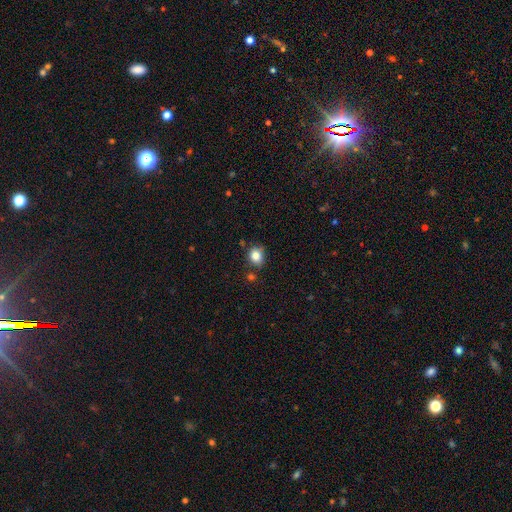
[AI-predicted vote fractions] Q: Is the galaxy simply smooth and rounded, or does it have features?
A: smooth — 83%.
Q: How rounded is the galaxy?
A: round — 62%.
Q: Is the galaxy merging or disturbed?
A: none — 72%.